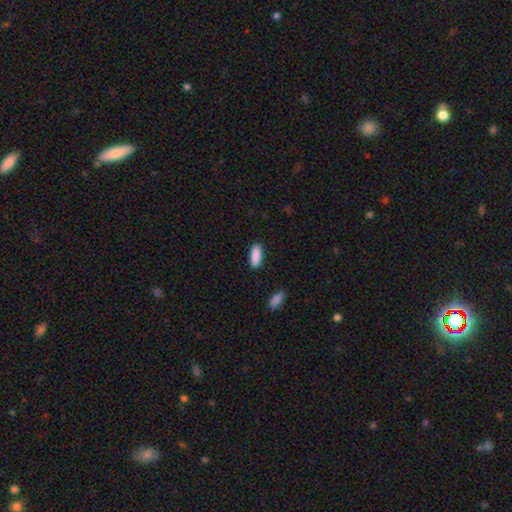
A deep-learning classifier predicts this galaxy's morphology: smooth 89%, star or artifact 6%, featured or disk 5%. Down the decision tree: how rounded — in between (75%); merging — none (84%).